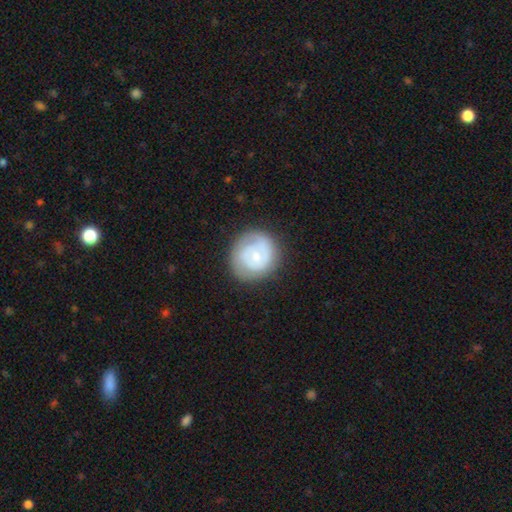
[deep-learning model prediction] Morphology: type=featured or disk (63%); edge-on=no (98%); bar=no (74%); spiral arms=yes (81%); bulge=small (70%); merging=none (79%).